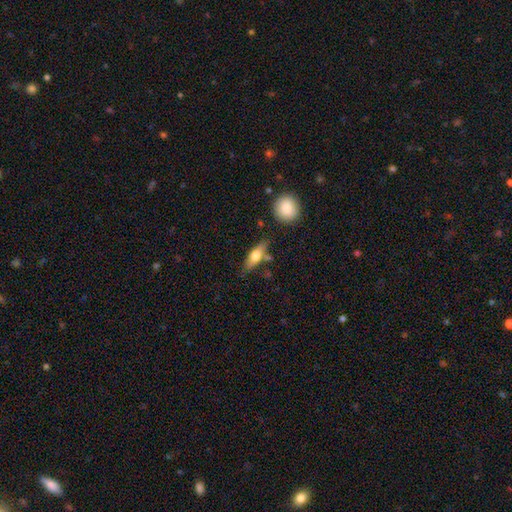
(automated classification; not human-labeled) Overall: smooth (58%; featured or disk 36%). How rounded: in between (55%; cigar-shaped 40%). Merging: none (71%).